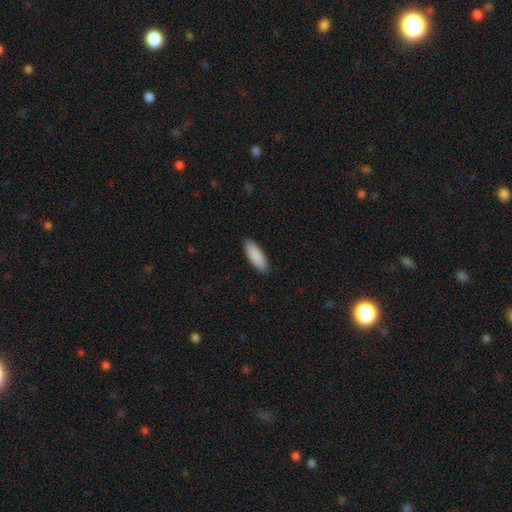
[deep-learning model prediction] smooth-or-featured: smooth: 90% | star or artifact: 5% | featured or disk: 4%
  how-rounded: in between: 63% | cigar-shaped: 36% | round: 1%
  merging: none: 90% | minor disturbance: 7% | major disturbance: 1% | merger: 1%